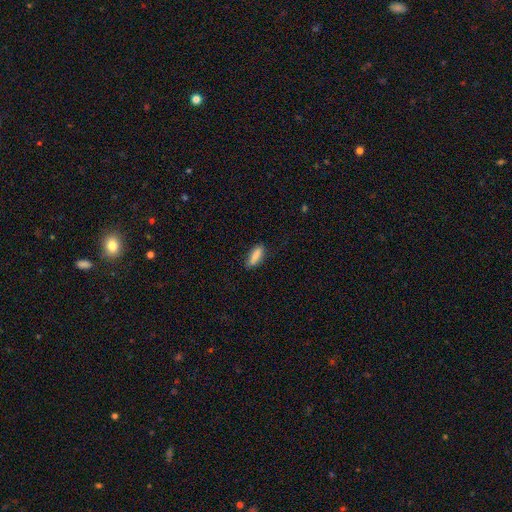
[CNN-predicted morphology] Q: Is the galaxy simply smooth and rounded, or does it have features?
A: smooth — 87%.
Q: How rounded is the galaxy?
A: in between — 59%.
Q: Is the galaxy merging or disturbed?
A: none — 81%.